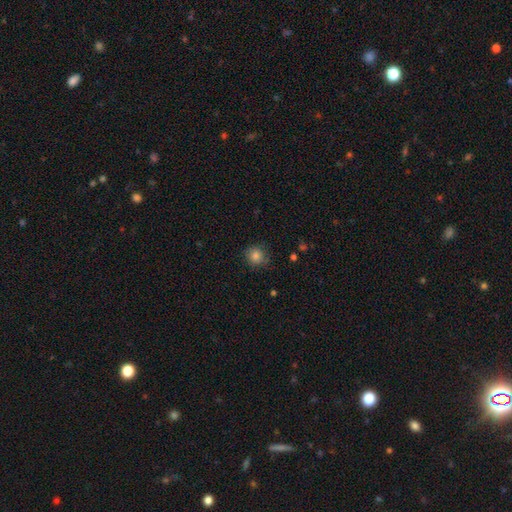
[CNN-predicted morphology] Q: Smooth or featured?
A: smooth (83%); runner-up: star or artifact (11%)
Q: How rounded?
A: round (91%); runner-up: in between (8%)
Q: Merging?
A: none (83%); runner-up: minor disturbance (13%)